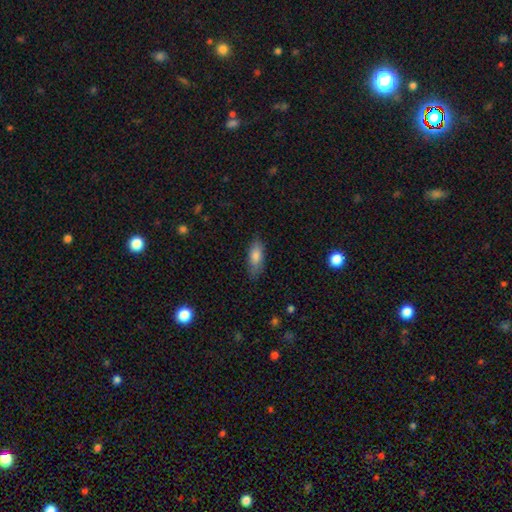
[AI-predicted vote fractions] smooth-or-featured: smooth: 80% | featured or disk: 13% | star or artifact: 7%
  how-rounded: in between: 75% | cigar-shaped: 23% | round: 3%
  merging: none: 79% | minor disturbance: 17% | major disturbance: 3% | merger: 1%